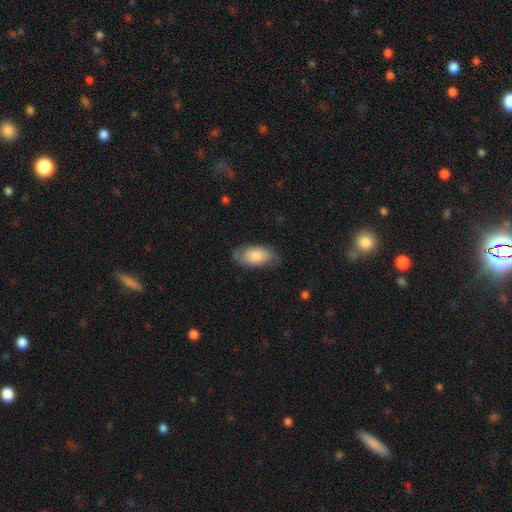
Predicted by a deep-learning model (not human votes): The model was most divided on "smooth or featured": smooth: 69%, featured or disk: 25%, star or artifact: 6%. More confident: how rounded — in between (94%); merging — none (69%).